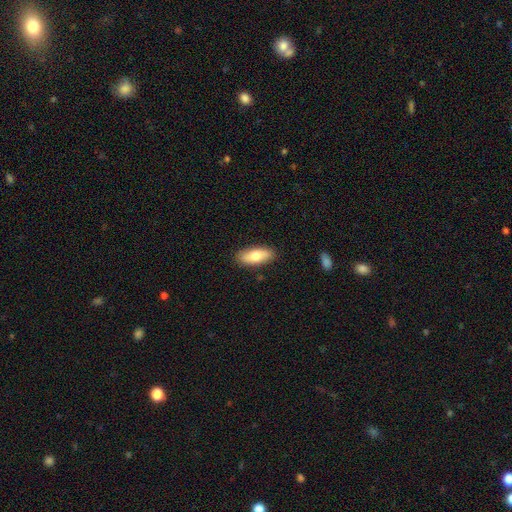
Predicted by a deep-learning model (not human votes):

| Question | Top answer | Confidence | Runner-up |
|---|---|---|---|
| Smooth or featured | smooth | 75% | featured or disk (19%) |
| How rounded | in between | 78% | cigar-shaped (19%) |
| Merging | none | 87% | minor disturbance (10%) |